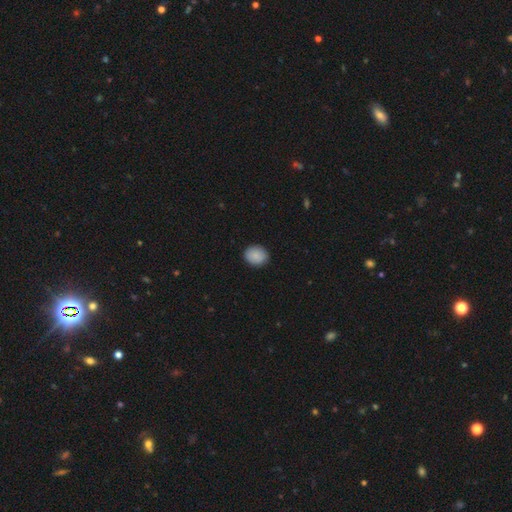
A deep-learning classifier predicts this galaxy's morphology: A smooth galaxy with no disk features (88%) that is round (62%).

Vote fractions:
- Smooth or featured? smooth: 88% / star or artifact: 7% / featured or disk: 4%
- How rounded? round: 62% / in between: 37% / cigar-shaped: 1%
- Merging? none: 89% / minor disturbance: 8% / major disturbance: 2% / merger: 1%